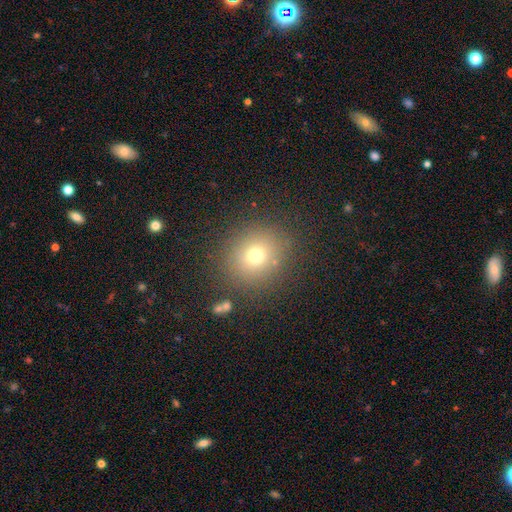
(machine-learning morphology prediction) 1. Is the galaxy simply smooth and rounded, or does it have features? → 71% smooth, 18% star or artifact, 11% featured or disk.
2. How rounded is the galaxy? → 84% round, 15% in between, 1% cigar-shaped.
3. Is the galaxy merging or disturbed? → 85% none, 9% minor disturbance, 4% major disturbance, 3% merger.